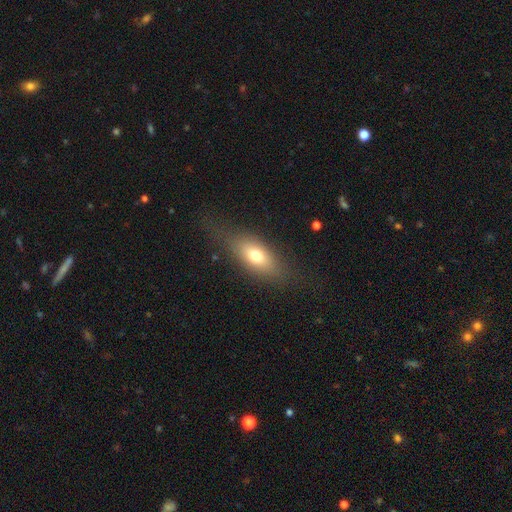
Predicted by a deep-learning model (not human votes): A smooth galaxy with no disk features (72%) that is in between round and cigar-shaped (81%).

Vote fractions:
- Smooth or featured? smooth: 72% / featured or disk: 19% / star or artifact: 9%
- How rounded? in between: 81% / cigar-shaped: 13% / round: 6%
- Merging? none: 67% / minor disturbance: 19% / major disturbance: 12% / merger: 2%